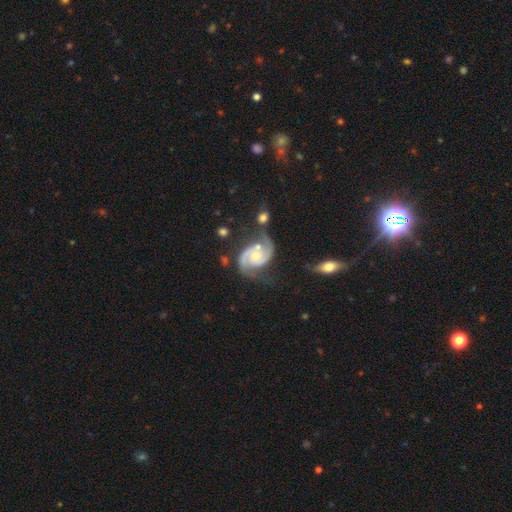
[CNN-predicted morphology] Smooth or featured? Predicted: featured or disk (p=0.91). Edge-on disk? Predicted: no (p=0.98). Bar? Predicted: no (p=0.65). Spiral arms? Predicted: yes (p=0.98). Spiral winding? Predicted: medium (p=0.56). Spiral arm count? Predicted: 2 (p=0.92). Bulge size? Predicted: moderate (p=0.56). Merging? Predicted: none (p=0.55).